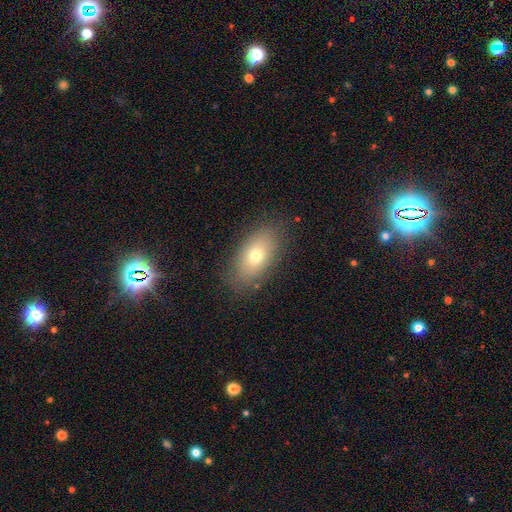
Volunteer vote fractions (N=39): This appears to be a smooth galaxy with no disk features (72%) that is in between round and cigar-shaped (96%). Merging: none (81%).